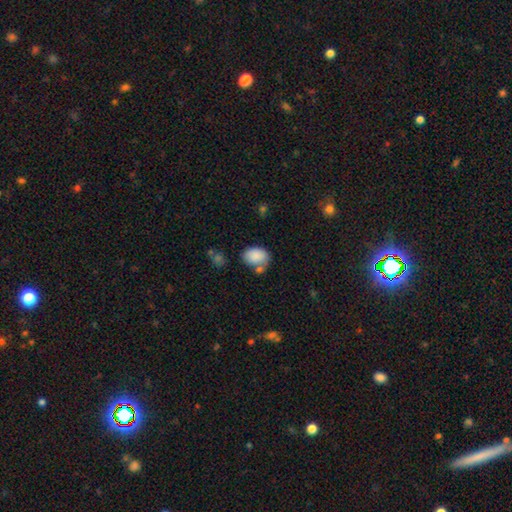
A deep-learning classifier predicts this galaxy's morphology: smooth-or-featured: smooth: 86% | star or artifact: 8% | featured or disk: 6%
  how-rounded: in between: 79% | round: 20% | cigar-shaped: 1%
  merging: none: 57% | minor disturbance: 19% | merger: 17% | major disturbance: 6%